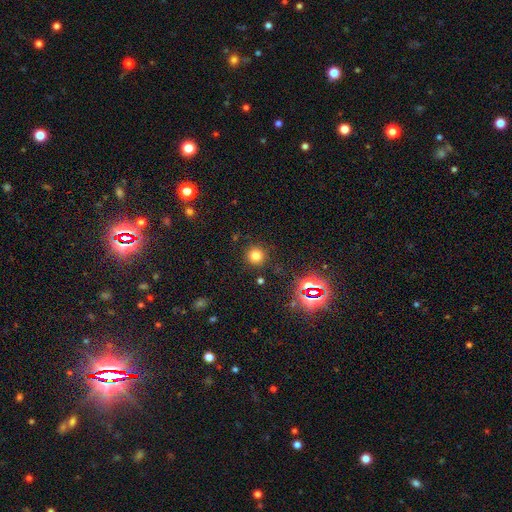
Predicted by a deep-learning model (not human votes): This is likely a smooth galaxy (75%). How rounded: clearly round (95%). Merging: clearly none (89%).